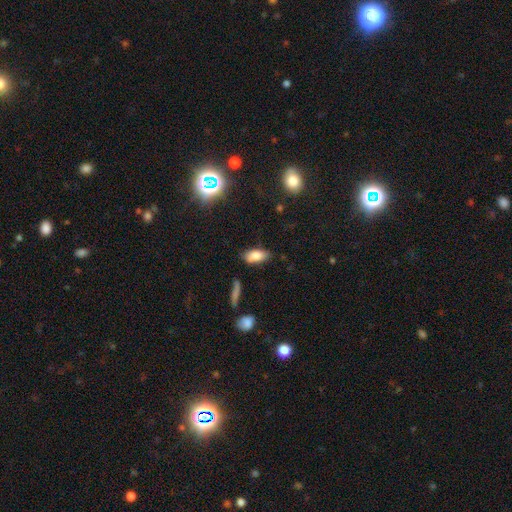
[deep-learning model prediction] Smooth or featured?
  - smooth: 81% *
  - featured or disk: 10%
  - star or artifact: 9%
How rounded?
  - in between: 87% *
  - cigar-shaped: 10%
  - round: 3%
Merging?
  - none: 79% *
  - minor disturbance: 15%
  - major disturbance: 3%
  - merger: 2%